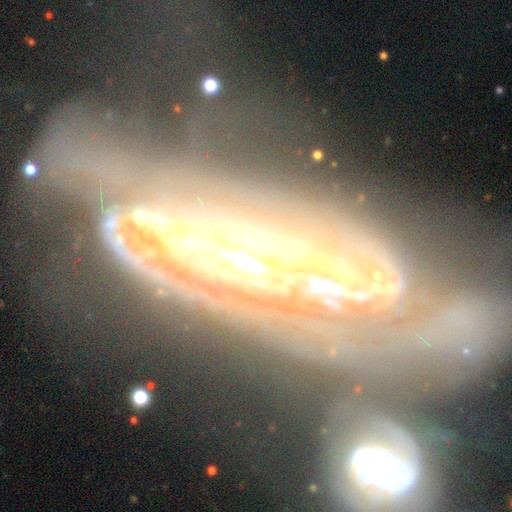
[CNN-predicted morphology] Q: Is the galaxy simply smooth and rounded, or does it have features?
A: featured or disk — 88%.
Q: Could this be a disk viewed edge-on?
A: no — 88%.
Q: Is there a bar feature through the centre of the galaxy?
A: no — 38%.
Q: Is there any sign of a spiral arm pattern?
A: yes — 93%.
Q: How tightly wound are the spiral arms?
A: tight — 62%.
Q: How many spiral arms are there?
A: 2 — 37%.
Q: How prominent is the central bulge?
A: small — 61%.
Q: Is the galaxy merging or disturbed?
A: merger — 30%.